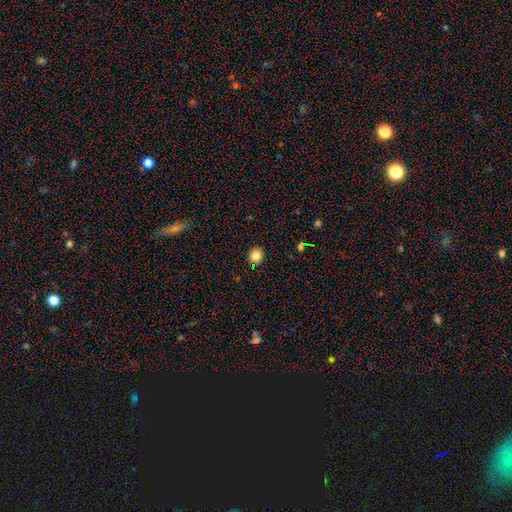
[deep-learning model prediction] A smooth galaxy with no disk features (83%) that is round (89%). Merging: none (92%).